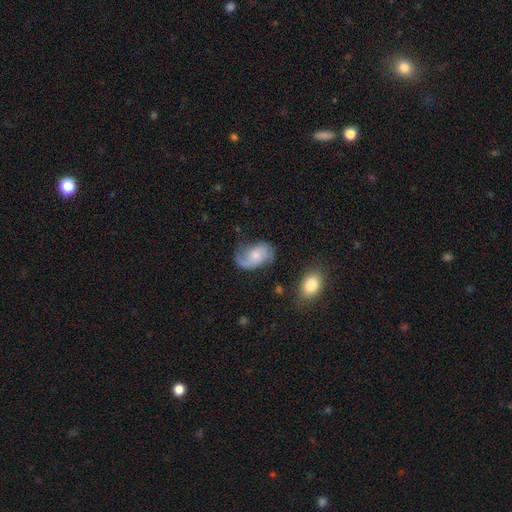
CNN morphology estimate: Overall: featured or disk (73%). Edge-on disk: no (97%). Bar: no (66%; weak 29%). Spiral arms: yes (94%). Spiral arm count: 2 (67%). Spiral winding: medium (43%; loose 39%). Bulge size: small (44%; moderate 39%). Merging: none (55%; minor disturbance 23%).